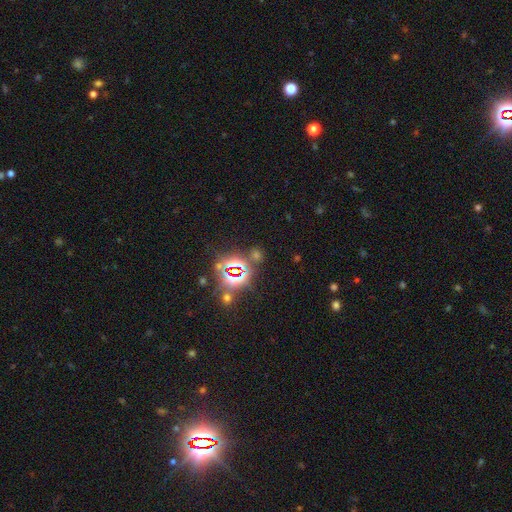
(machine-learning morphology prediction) Q: Smooth or featured?
A: star or artifact (71%); runner-up: smooth (22%)